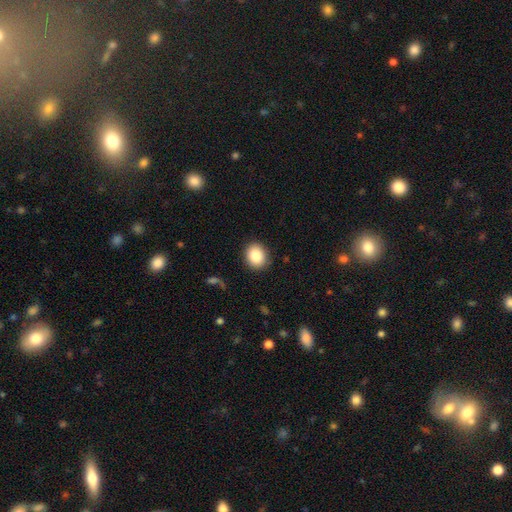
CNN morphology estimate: A smooth galaxy with no disk features (86%) that is round (63%).

Vote fractions:
- Smooth or featured? smooth: 86% / star or artifact: 8% / featured or disk: 6%
- How rounded? round: 63% / in between: 36% / cigar-shaped: 1%
- Merging? none: 88% / minor disturbance: 8% / major disturbance: 2% / merger: 1%